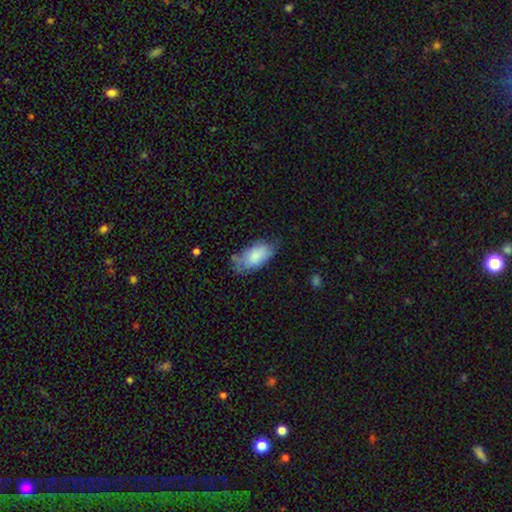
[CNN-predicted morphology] smooth-or-featured: smooth: 79% | featured or disk: 14% | star or artifact: 6%
  how-rounded: in between: 93% | cigar-shaped: 4% | round: 3%
  merging: none: 57% | minor disturbance: 32% | major disturbance: 9% | merger: 3%